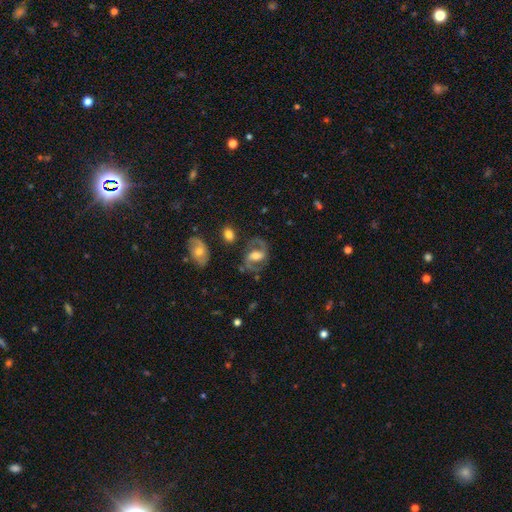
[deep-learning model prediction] featured or disk 81%, smooth 12%, star or artifact 6%. Down the decision tree: edge-on disk — no (96%); bar — weak (41%); spiral arms — yes (93%); spiral arm count — 2 (92%); spiral winding — medium (58%); bulge size — moderate (59%); merging — none (75%).